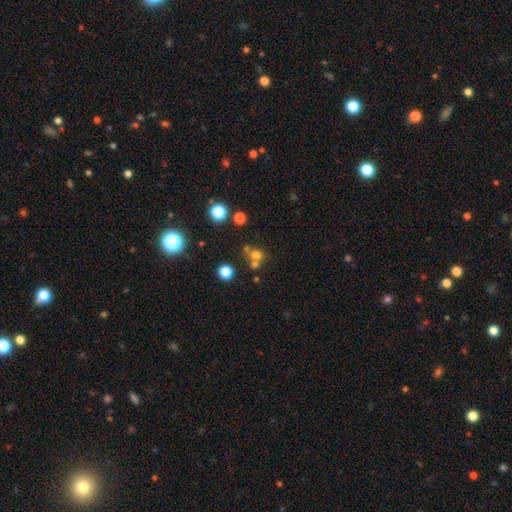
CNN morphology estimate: smooth-or-featured: smooth: 67% | star or artifact: 20% | featured or disk: 13%
  how-rounded: round: 81% | in between: 18% | cigar-shaped: 1%
  merging: none: 48% | merger: 40% | minor disturbance: 8% | major disturbance: 4%